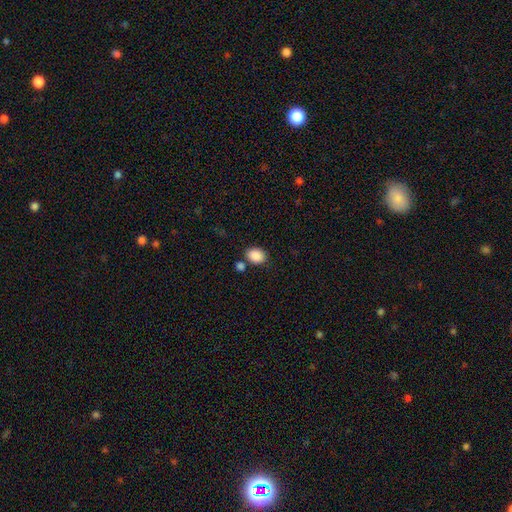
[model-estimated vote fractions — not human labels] This appears to be a smooth galaxy with no disk features (89%) that is in between round and cigar-shaped (66%). Merging: none (75%).